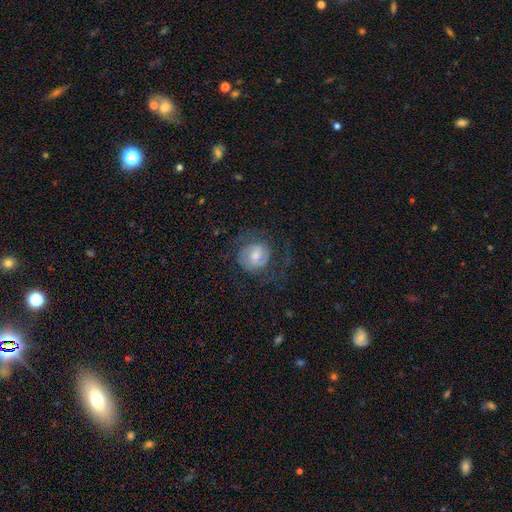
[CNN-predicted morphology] The model was most divided on "bulge size": moderate: 40%, small: 38%, large: 11%, none: 10%, dominant: 2%. Remaining: edge-on disk — no (98%); spiral arms — yes (87%); spiral arm count — 2 (66%); smooth or featured — featured or disk (66%); merging — none (57%); bar — weak (54%); spiral winding — medium (44%).